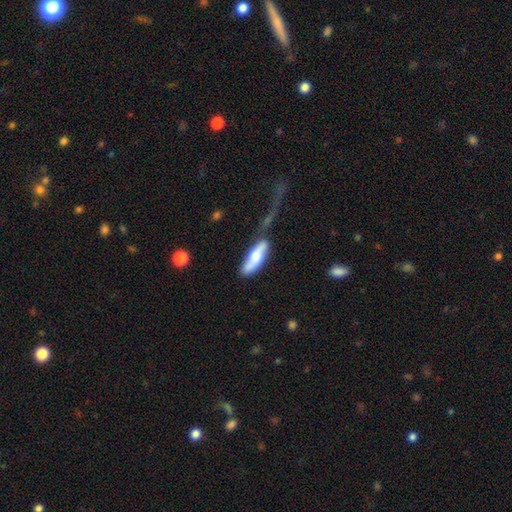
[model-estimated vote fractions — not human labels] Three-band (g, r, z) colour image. It shows a smooth galaxy with no disk features (59%) that is in between round and cigar-shaped (51%). Merging: none (56%).